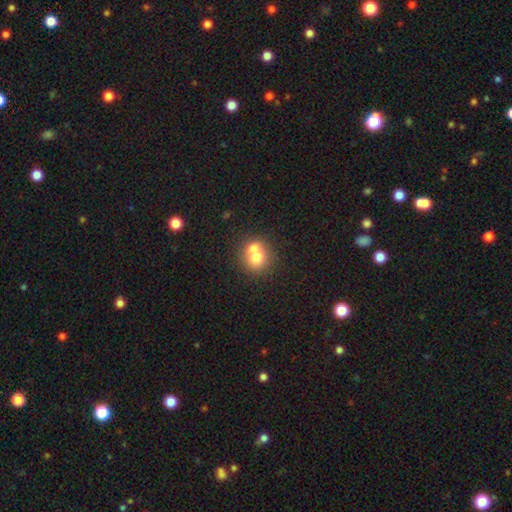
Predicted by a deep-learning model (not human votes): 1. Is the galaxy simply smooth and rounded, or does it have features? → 69% smooth, 21% featured or disk, 10% star or artifact.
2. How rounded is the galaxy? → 82% round, 17% in between, 1% cigar-shaped.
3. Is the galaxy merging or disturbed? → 58% merger, 34% none, 6% minor disturbance, 3% major disturbance.